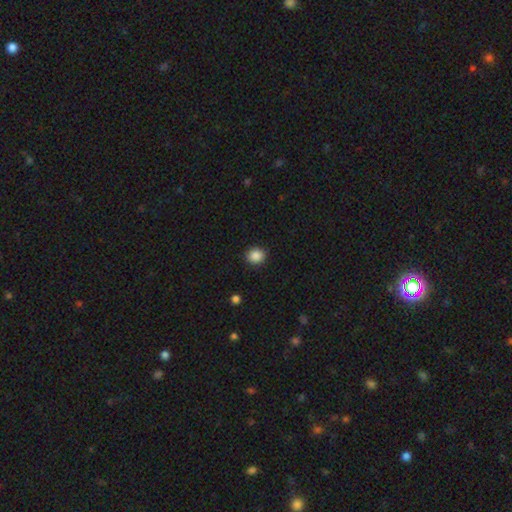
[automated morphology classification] This appears to be a smooth galaxy with no disk features (88%) that is round (83%). Merging: none (89%).